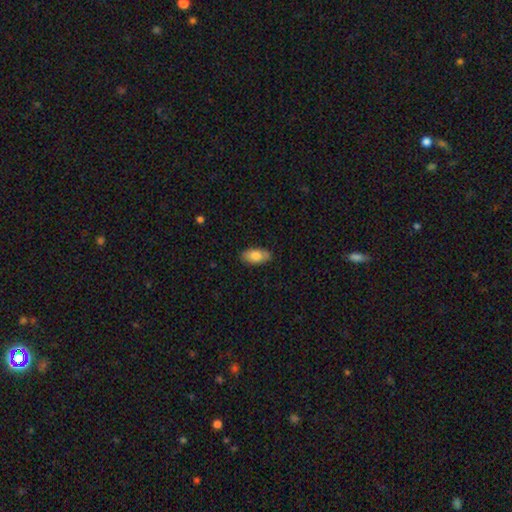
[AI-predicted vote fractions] Smooth or featured?
  - smooth: 80% *
  - featured or disk: 14%
  - star or artifact: 6%
How rounded?
  - in between: 92% *
  - cigar-shaped: 5%
  - round: 3%
Merging?
  - none: 85% *
  - minor disturbance: 12%
  - major disturbance: 2%
  - merger: 1%